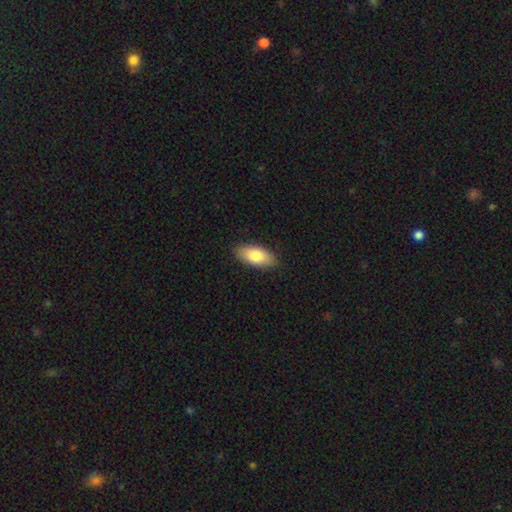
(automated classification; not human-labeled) smooth 82%, featured or disk 12%, star or artifact 6%. Down the decision tree: how rounded — in between (90%); merging — none (88%).